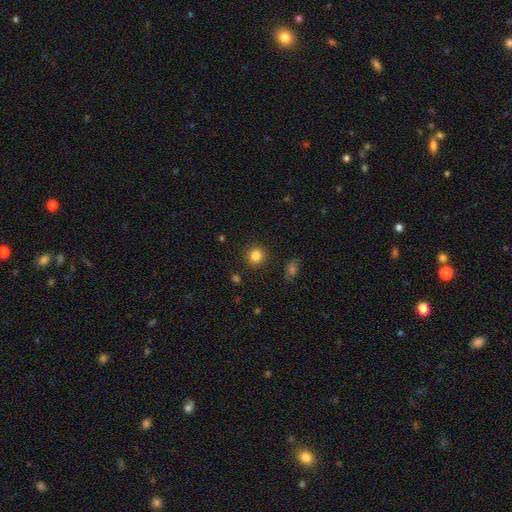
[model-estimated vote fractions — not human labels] This appears to be a smooth galaxy with no disk features (84%) that is round (89%). Merging: none (90%).